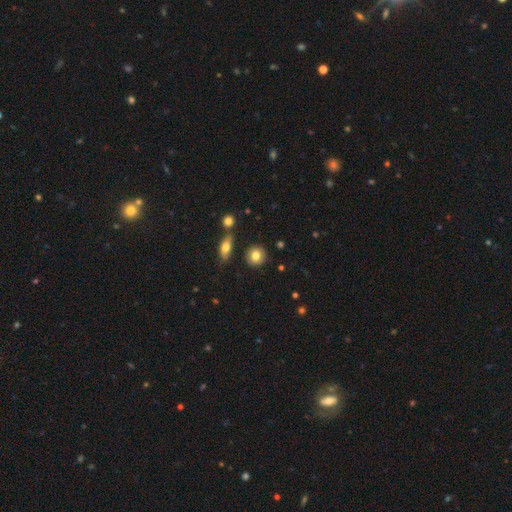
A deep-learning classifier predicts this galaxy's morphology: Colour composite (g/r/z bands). It shows a smooth galaxy with no disk features (82%) that is round (84%). Merging: none (85%).